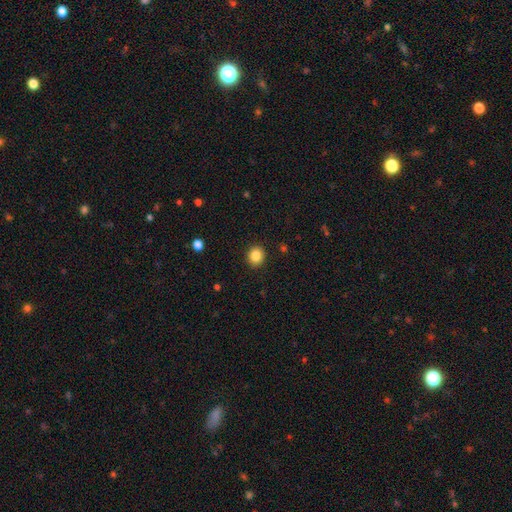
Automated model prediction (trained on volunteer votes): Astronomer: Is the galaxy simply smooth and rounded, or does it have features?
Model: smooth — 86%.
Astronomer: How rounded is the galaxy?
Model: round — 79%.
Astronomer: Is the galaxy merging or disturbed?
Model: none — 91%.